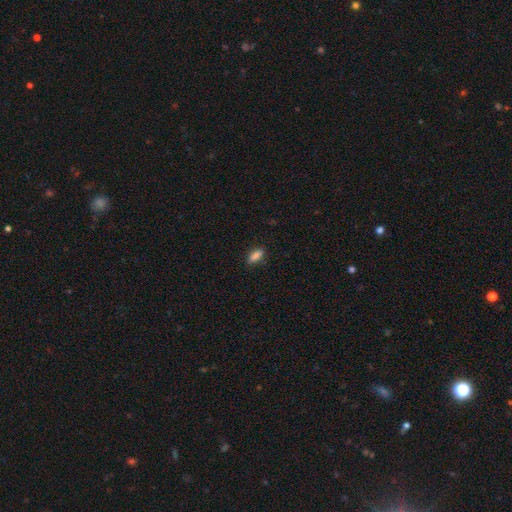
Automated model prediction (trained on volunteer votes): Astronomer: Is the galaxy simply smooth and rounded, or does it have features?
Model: smooth — 85%.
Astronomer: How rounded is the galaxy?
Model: in between — 72%.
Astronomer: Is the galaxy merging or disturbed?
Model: none — 85%.